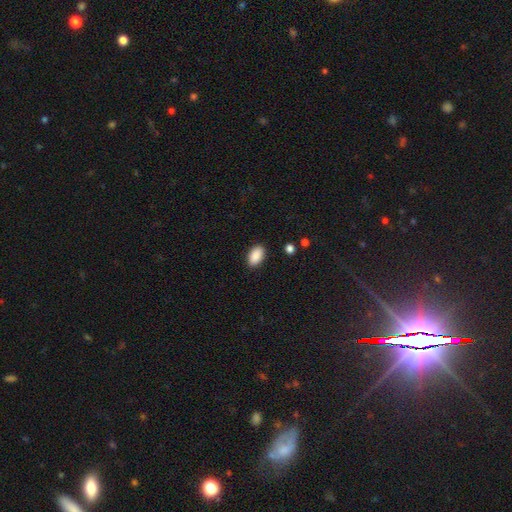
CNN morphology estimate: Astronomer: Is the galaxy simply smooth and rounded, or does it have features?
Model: smooth — 90%.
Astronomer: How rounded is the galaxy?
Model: in between — 94%.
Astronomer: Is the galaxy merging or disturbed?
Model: none — 89%.